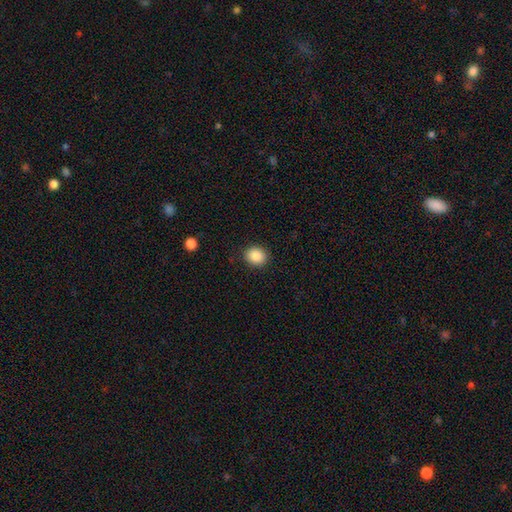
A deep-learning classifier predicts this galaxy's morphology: This appears to be a smooth galaxy with no disk features (87%) that is round (73%). Merging: none (90%).